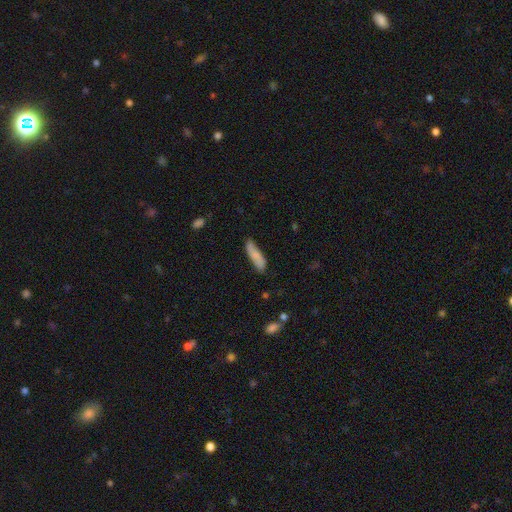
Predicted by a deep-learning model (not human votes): Smooth or featured?
  - smooth: 78% *
  - featured or disk: 16%
  - star or artifact: 6%
How rounded?
  - cigar-shaped: 67% *
  - in between: 31%
  - round: 2%
Merging?
  - none: 70% *
  - minor disturbance: 23%
  - major disturbance: 5%
  - merger: 3%